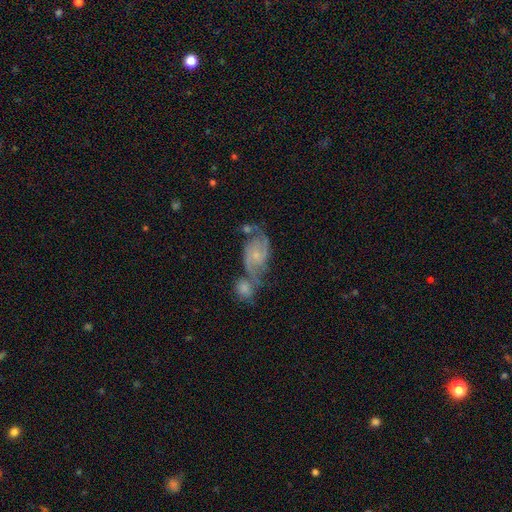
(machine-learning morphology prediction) featured or disk 79%, smooth 13%, star or artifact 8%. Down the decision tree: edge-on disk — no (97%); bar — no (66%); spiral arms — yes (94%); spiral arm count — 2 (73%); spiral winding — medium (47%); bulge size — small (69%); merging — merger (44%).